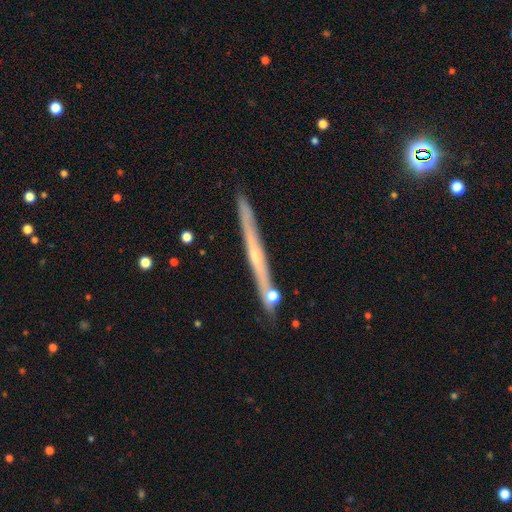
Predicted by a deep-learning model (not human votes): Smooth or featured? Predicted: featured or disk (p=0.70). Edge-on disk? Predicted: yes (p=0.97). Edge-on bulge? Predicted: none (p=0.53). Merging? Predicted: none (p=0.84).